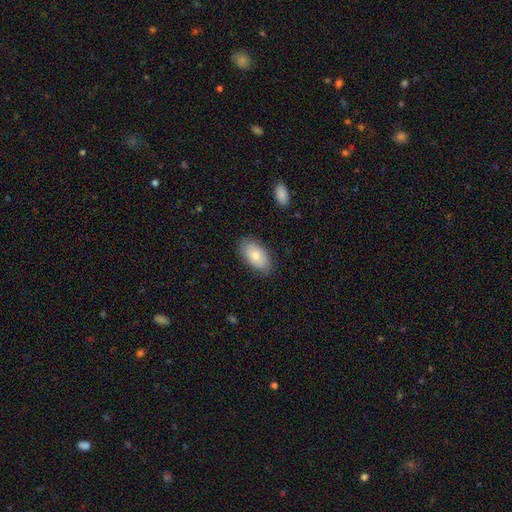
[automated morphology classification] type=smooth (76%); roundness=in between (94%); merging=none (83%).